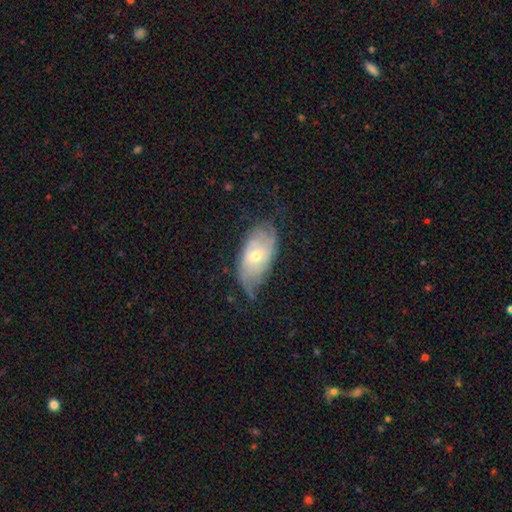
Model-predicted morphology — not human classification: A featured or disk galaxy (58%) with no bar (71%), spiral arms (76%) and a moderate central bulge (50%). Merging: none (55%).